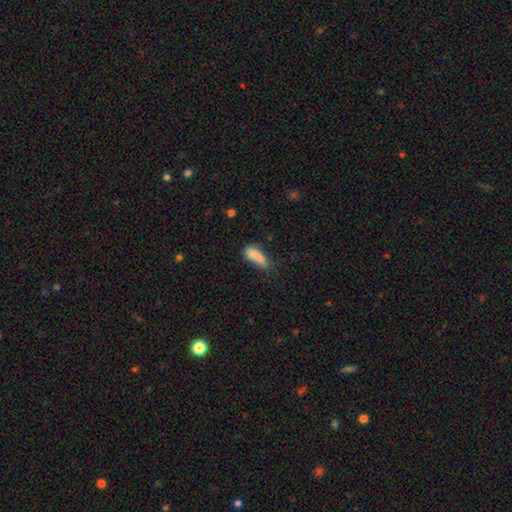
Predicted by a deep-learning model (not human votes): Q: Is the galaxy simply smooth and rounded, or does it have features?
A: smooth — 76%.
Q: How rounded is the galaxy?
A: in between — 66%.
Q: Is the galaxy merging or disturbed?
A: none — 35%.